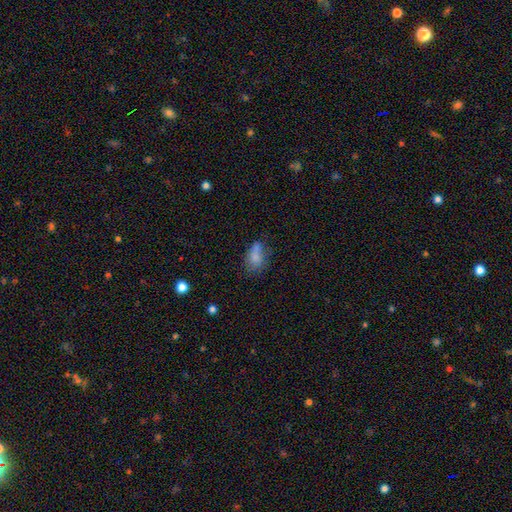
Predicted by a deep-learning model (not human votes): smooth_or_featured: smooth (p=0.75) [alt: featured or disk p=0.14]
how_rounded: in between (p=0.80) [alt: round p=0.17]
merging: none (p=0.41) [alt: minor disturbance p=0.24]